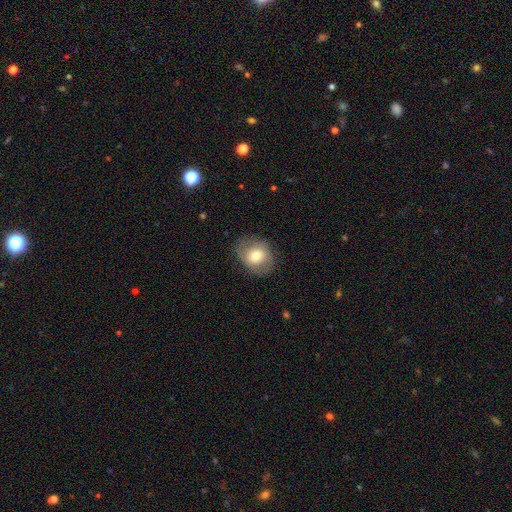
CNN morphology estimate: This appears to be a smooth galaxy with no disk features (69%) that is in between round and cigar-shaped (50%). Merging: none (76%).